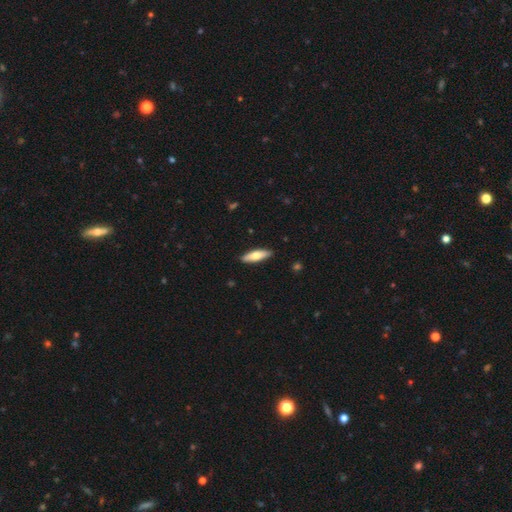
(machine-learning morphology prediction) Q: Smooth or featured?
A: smooth (66%); runner-up: featured or disk (29%)
Q: How rounded?
A: cigar-shaped (53%); runner-up: in between (45%)
Q: Merging?
A: none (89%); runner-up: minor disturbance (8%)